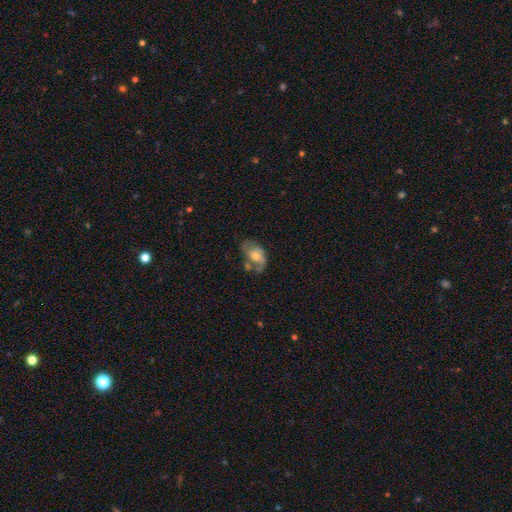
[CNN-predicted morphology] smooth_or_featured: smooth (p=0.50) [alt: featured or disk p=0.42]
how_rounded: in between (p=0.87) [alt: round p=0.11]
merging: none (p=0.37) [alt: minor disturbance p=0.27]